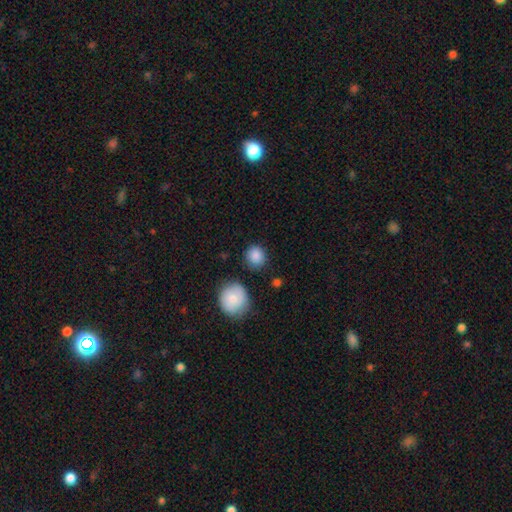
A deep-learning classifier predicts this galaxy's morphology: Overall: smooth (87%). How rounded: round (89%). Merging: none (84%).